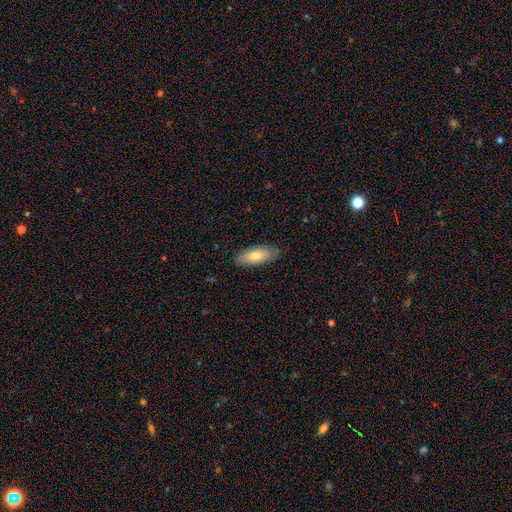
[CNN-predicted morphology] smooth 73%, featured or disk 21%, star or artifact 6%. Down the decision tree: how rounded — in between (78%); merging — none (84%).